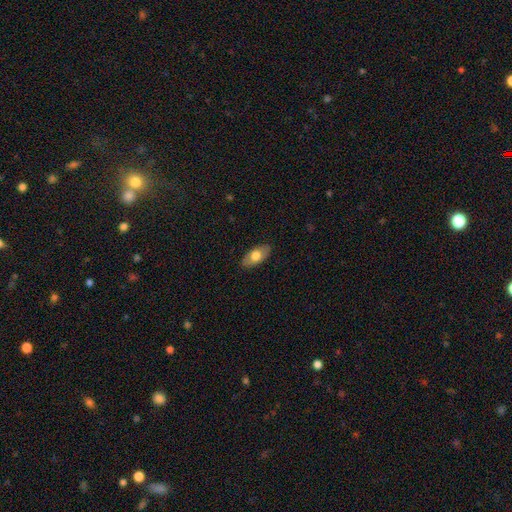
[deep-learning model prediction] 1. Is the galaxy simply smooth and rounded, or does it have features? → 71% smooth, 24% featured or disk, 6% star or artifact.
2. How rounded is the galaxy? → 91% in between, 5% cigar-shaped, 3% round.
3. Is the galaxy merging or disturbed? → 87% none, 10% minor disturbance, 2% major disturbance, 1% merger.